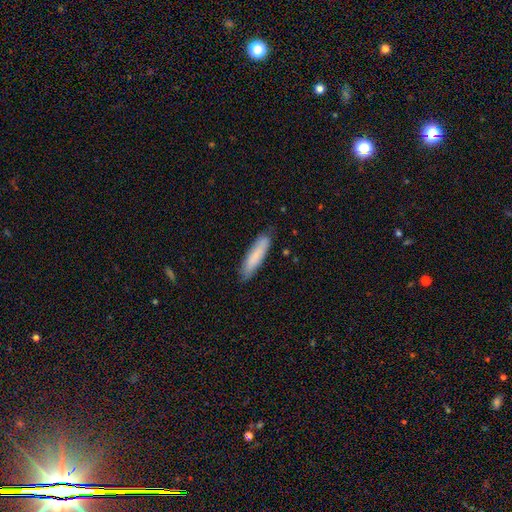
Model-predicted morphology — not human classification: smooth 80%, featured or disk 14%, star or artifact 6%. Down the decision tree: how rounded — cigar-shaped (80%); merging — none (83%).